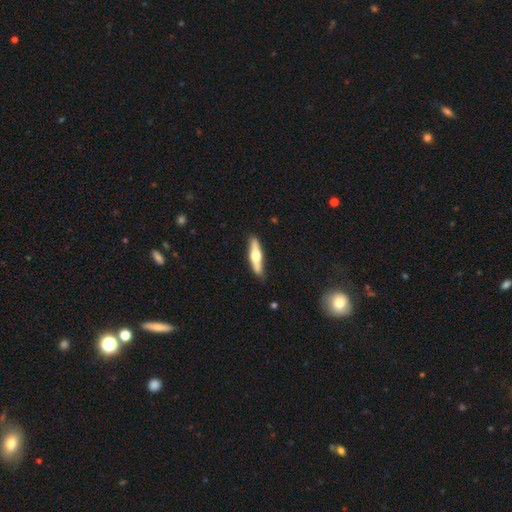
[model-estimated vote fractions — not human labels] This is possibly a featured or disk galaxy (55%). It is clearly viewed edge-on (92%). Edge-on bulge: clearly rounded (92%). Merging: clearly none (84%).